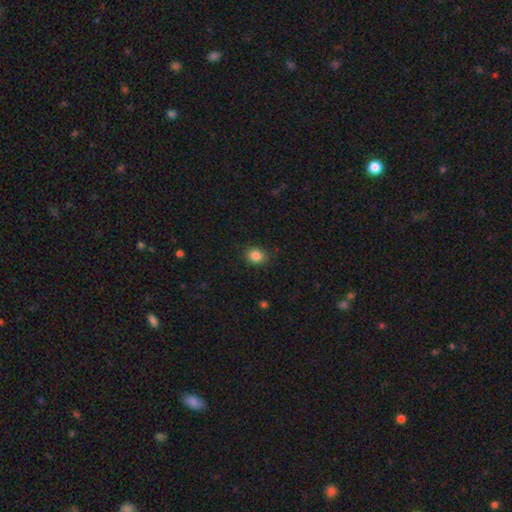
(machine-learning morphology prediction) Smooth or featured? Predicted: smooth (p=0.86). How rounded? Predicted: round (p=0.63). Merging? Predicted: none (p=0.87).